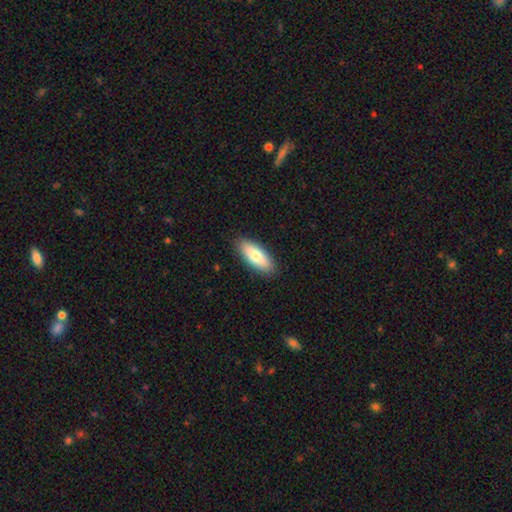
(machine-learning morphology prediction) type=smooth (77%); roundness=in between (73%); merging=none (89%).